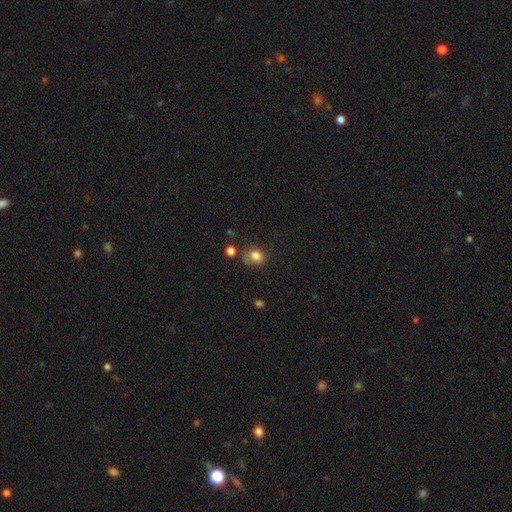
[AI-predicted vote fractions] This appears to be a smooth galaxy with no disk features (81%) that is round (66%). Merging: none (56%).